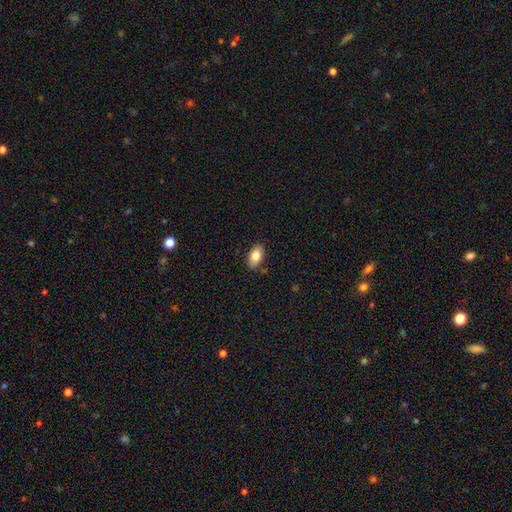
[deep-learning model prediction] Smooth or featured: smooth — 82% (featured or disk — 11%)
How rounded: in between — 92% (round — 5%)
Merging: none — 85% (minor disturbance — 11%)